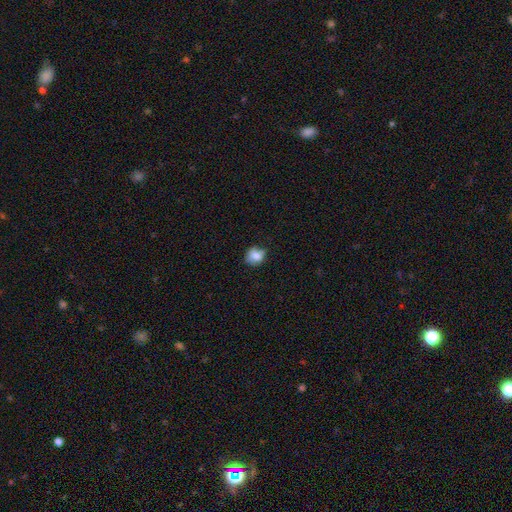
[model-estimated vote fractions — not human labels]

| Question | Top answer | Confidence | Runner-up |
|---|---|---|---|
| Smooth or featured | smooth | 78% | featured or disk (12%) |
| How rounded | round | 59% | in between (40%) |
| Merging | none | 50% | minor disturbance (34%) |